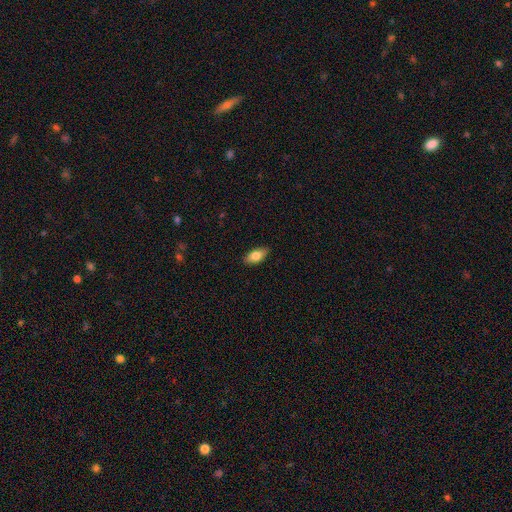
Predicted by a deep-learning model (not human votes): This is likely a smooth galaxy (79%). How rounded: clearly in between (89%). Merging: clearly none (87%).